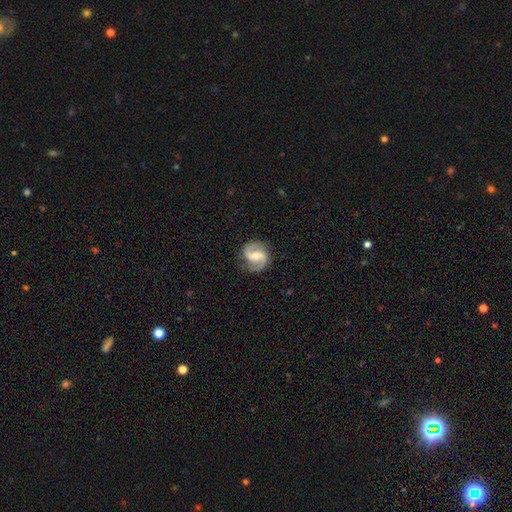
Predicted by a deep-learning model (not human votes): smooth_or_featured: featured or disk (p=0.89) [alt: smooth p=0.07]
disk_edge_on: no (p=0.98) [alt: yes p=0.02]
bar: weak (p=0.47) [alt: no p=0.30]
has_spiral_arms: yes (p=0.98) [alt: no p=0.02]
spiral_winding: medium (p=0.56) [alt: tight p=0.22]
spiral_arm_count: 2 (p=0.94) [alt: can't tell p=0.02]
bulge_size: moderate (p=0.59) [alt: small p=0.36]
merging: none (p=0.85) [alt: minor disturbance p=0.11]